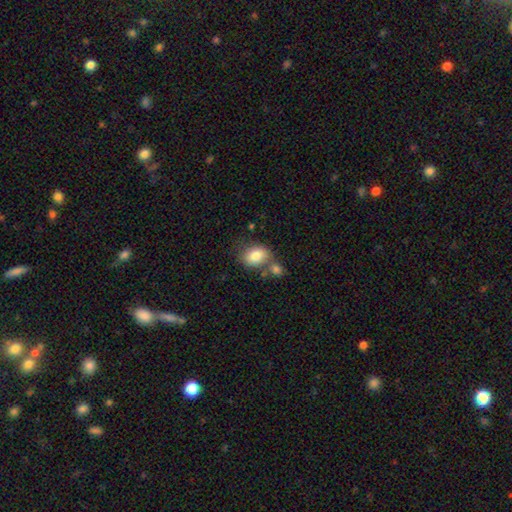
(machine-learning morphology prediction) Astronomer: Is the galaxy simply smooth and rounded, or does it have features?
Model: smooth — 81%.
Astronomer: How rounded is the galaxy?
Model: in between — 63%.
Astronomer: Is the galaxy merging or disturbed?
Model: none — 53%.